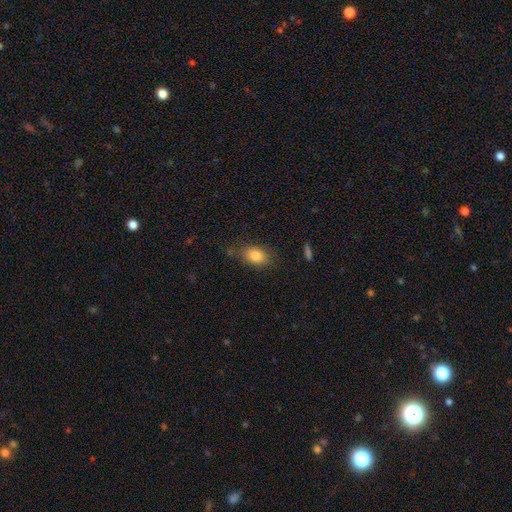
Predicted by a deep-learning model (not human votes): Smooth or featured: smooth — 83% (featured or disk — 9%)
How rounded: in between — 82% (round — 17%)
Merging: none — 76% (minor disturbance — 17%)